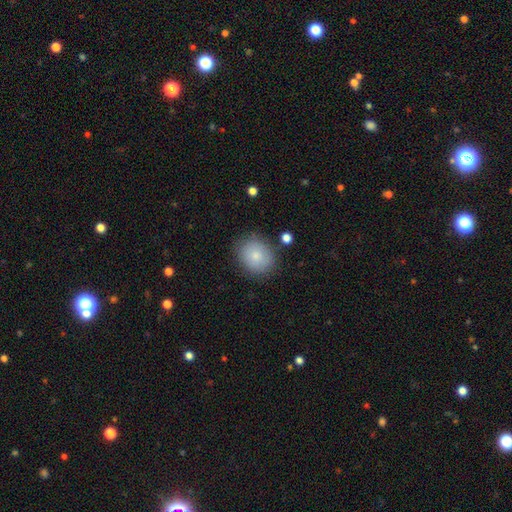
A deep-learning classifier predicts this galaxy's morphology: The model was most divided on "how rounded": round: 67%, in between: 32%, cigar-shaped: 1%. More confident: merging — none (82%); smooth or featured — smooth (81%).